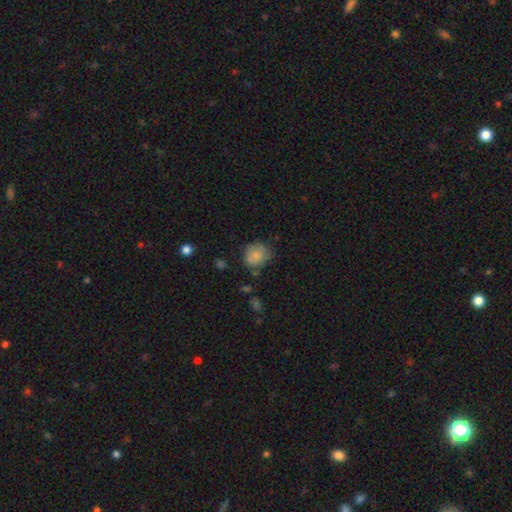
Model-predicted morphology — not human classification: Overall: smooth (78%). How rounded: round (74%). Merging: none (61%; minor disturbance 27%).